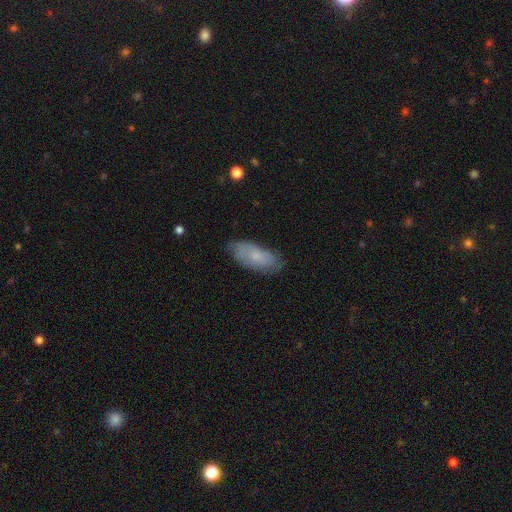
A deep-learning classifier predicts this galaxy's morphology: This is likely a smooth galaxy (67%). How rounded: clearly in between (83%). Merging: likely none (73%).